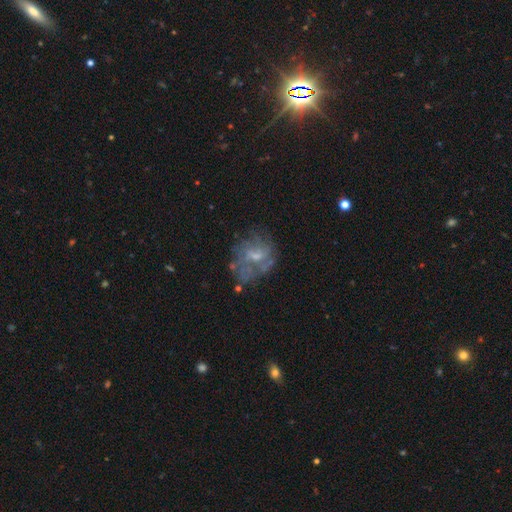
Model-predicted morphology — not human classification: type=featured or disk (63%); edge-on=no (98%); bar=no (63%); spiral arms=no (54%); bulge=small (48%); merging=none (52%).